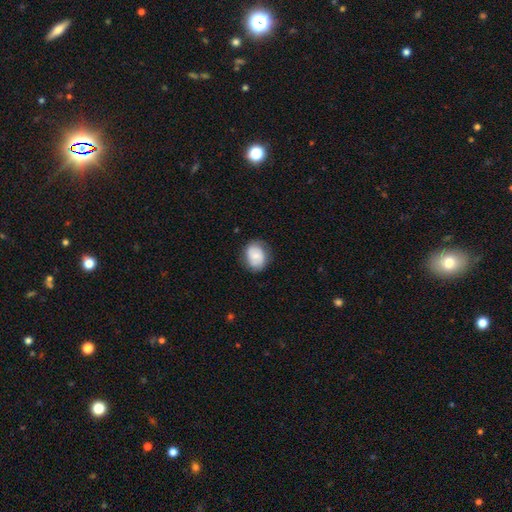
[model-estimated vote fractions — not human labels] Overall: smooth (59%; featured or disk 34%). How rounded: round (54%; in between 45%). Merging: none (75%).